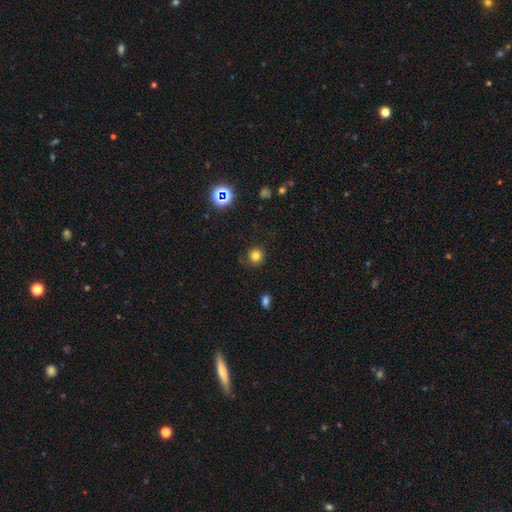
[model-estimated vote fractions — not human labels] This appears to be a smooth galaxy with no disk features (78%) that is round (92%). Merging: none (84%).